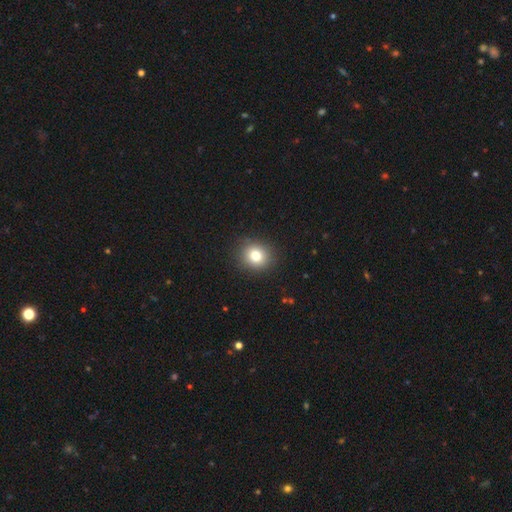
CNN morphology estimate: smooth_or_featured: smooth (p=0.80) [alt: star or artifact p=0.12]
how_rounded: round (p=0.80) [alt: in between p=0.19]
merging: none (p=0.90) [alt: minor disturbance p=0.07]